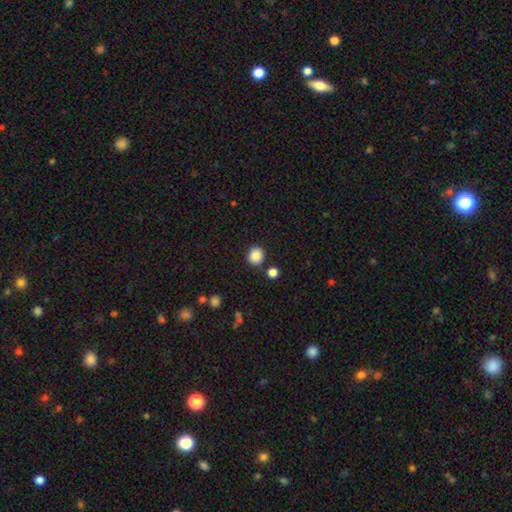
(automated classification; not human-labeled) smooth-or-featured: smooth: 87% | star or artifact: 10% | featured or disk: 3%
  how-rounded: round: 78% | in between: 21% | cigar-shaped: 1%
  merging: none: 85% | minor disturbance: 8% | merger: 5% | major disturbance: 3%